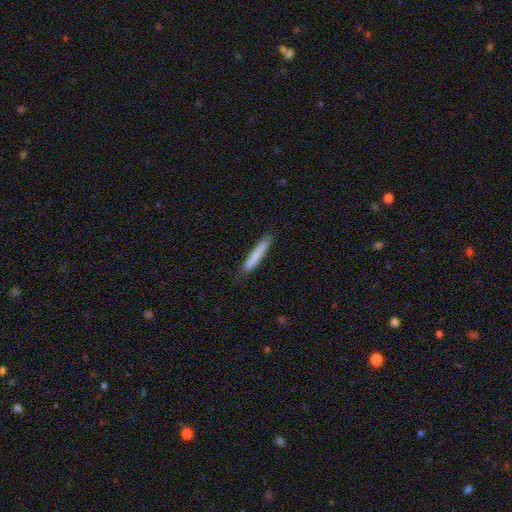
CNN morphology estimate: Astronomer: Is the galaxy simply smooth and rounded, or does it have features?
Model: smooth — 80%.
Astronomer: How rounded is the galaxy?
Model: cigar-shaped — 95%.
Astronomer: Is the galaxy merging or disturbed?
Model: none — 85%.